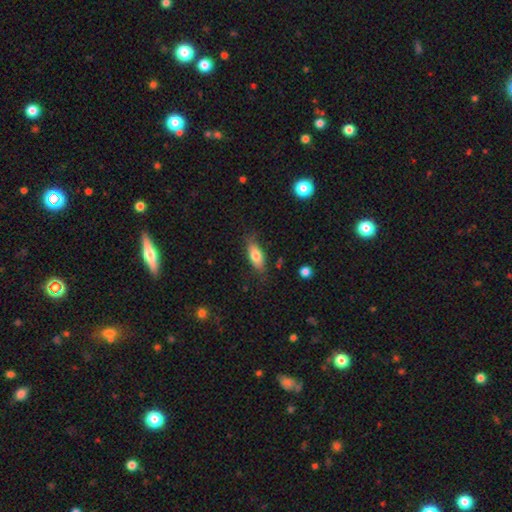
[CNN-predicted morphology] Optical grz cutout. It shows a smooth galaxy with no disk features (76%) that is in between round and cigar-shaped (78%). Merging: none (78%).